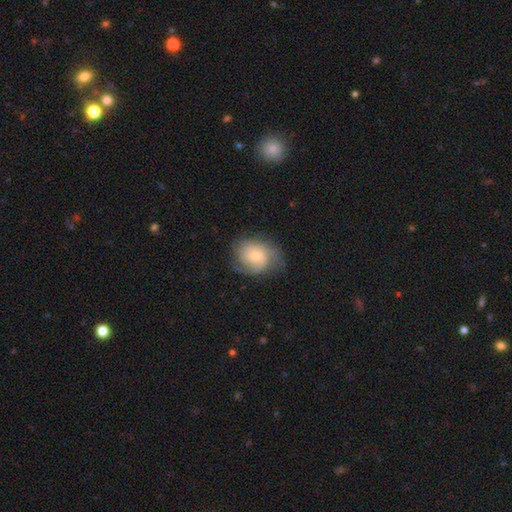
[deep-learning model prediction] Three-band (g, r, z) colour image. It shows a featured or disk galaxy (61%) with no bar (77%), tight (45%) spiral arms (88%) and a small central bulge (59%). Merging: none (66%).